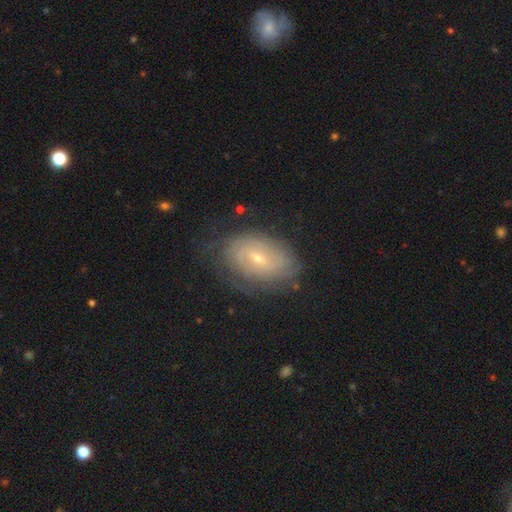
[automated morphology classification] A featured or disk galaxy (52%).

Vote fractions:
- Smooth or featured? featured or disk: 52% / smooth: 34% / star or artifact: 13%
- Edge-on disk? no: 92% / yes: 8%
- Merging? none: 76% / minor disturbance: 17% / major disturbance: 6% / merger: 1%